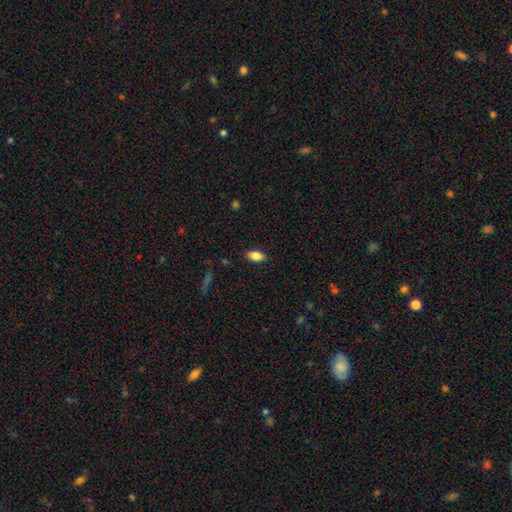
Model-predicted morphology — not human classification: smooth_or_featured: smooth (p=0.83) [alt: featured or disk p=0.09]
how_rounded: in between (p=0.90) [alt: cigar-shaped p=0.06]
merging: none (p=0.87) [alt: minor disturbance p=0.09]